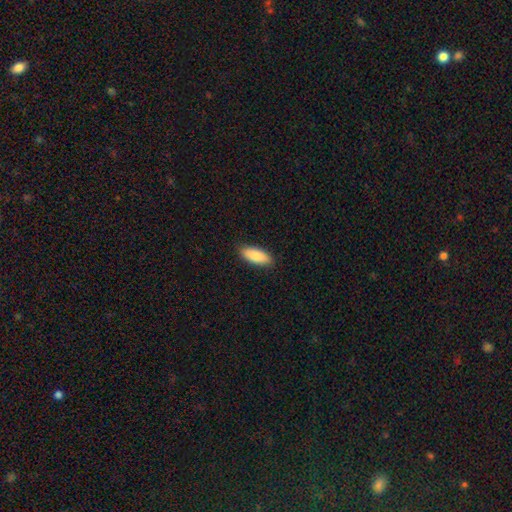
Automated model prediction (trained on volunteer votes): smooth 84%, featured or disk 10%, star or artifact 6%. Down the decision tree: how rounded — in between (80%); merging — none (88%).